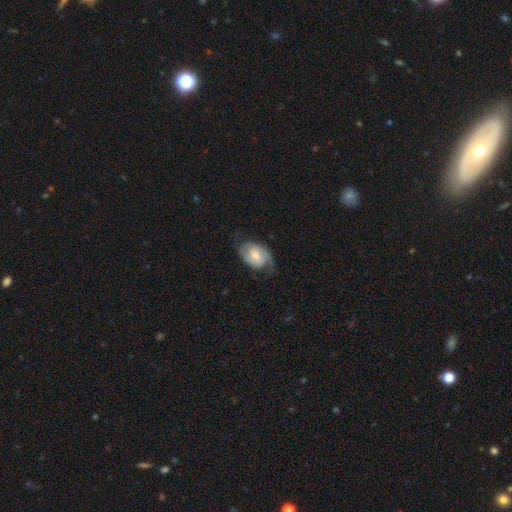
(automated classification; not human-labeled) A featured or disk galaxy (71%) with a weak bar (47%), 2 (81%) medium (45%) spiral arms (93%) and a moderate central bulge (46%). Merging: none (64%).